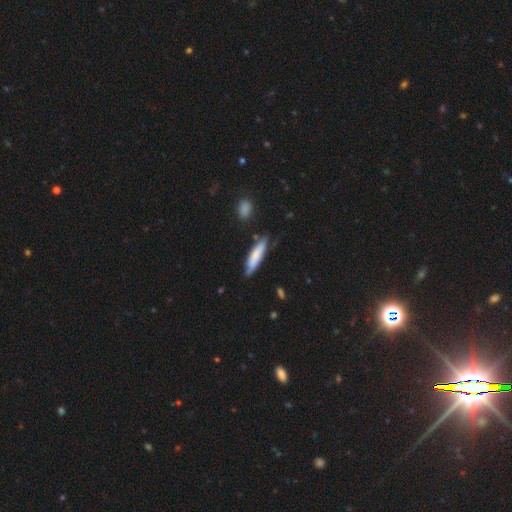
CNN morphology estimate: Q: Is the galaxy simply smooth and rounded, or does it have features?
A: smooth — 72%.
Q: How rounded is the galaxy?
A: cigar-shaped — 73%.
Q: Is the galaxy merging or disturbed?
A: none — 70%.